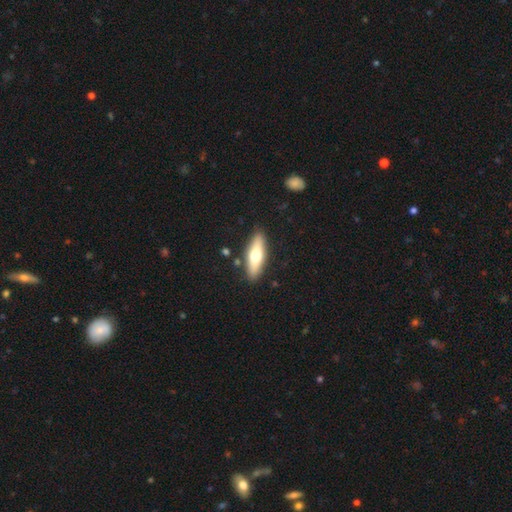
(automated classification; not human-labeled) A smooth galaxy with no disk features (57%) that is cigar-shaped (50%).

Vote fractions:
- Smooth or featured? smooth: 57% / featured or disk: 37% / star or artifact: 6%
- How rounded? cigar-shaped: 50% / in between: 48% / round: 2%
- Merging? none: 87% / minor disturbance: 9% / merger: 2% / major disturbance: 2%